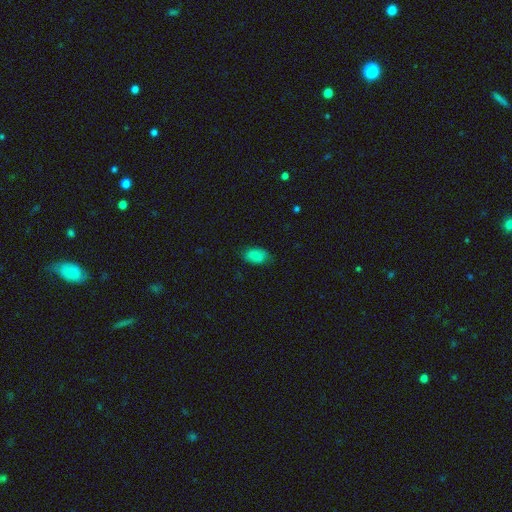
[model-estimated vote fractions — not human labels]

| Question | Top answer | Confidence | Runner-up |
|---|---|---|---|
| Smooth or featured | smooth | 86% | star or artifact (9%) |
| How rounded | in between | 89% | round (10%) |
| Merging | none | 76% | minor disturbance (19%) |